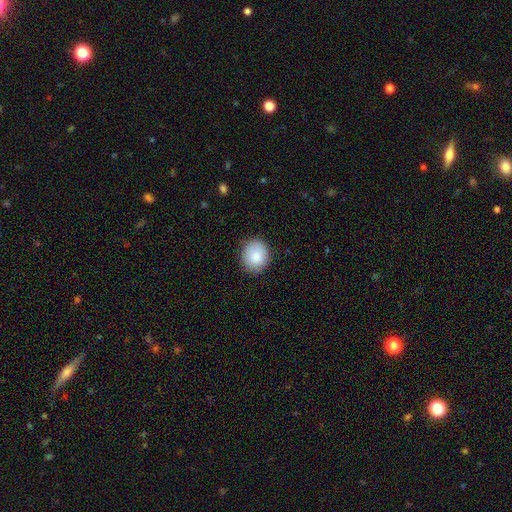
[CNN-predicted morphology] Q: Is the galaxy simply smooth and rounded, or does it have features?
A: smooth — 86%.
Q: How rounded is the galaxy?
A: round — 71%.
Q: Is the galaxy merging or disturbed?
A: none — 85%.